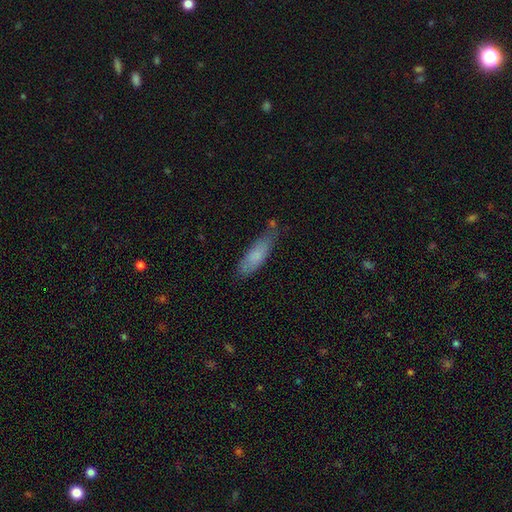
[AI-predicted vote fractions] Smooth or featured: smooth — 77% (featured or disk — 16%)
How rounded: cigar-shaped — 56% (in between — 43%)
Merging: none — 58% (minor disturbance — 30%)